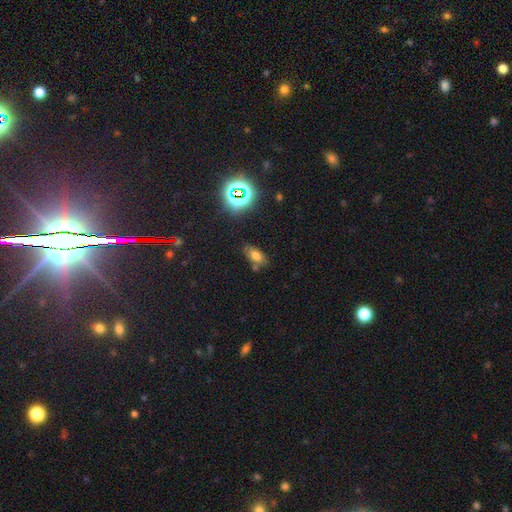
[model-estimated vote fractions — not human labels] Smooth or featured: smooth — 66% (star or artifact — 22%)
How rounded: in between — 86% (round — 9%)
Merging: none — 70% (minor disturbance — 16%)